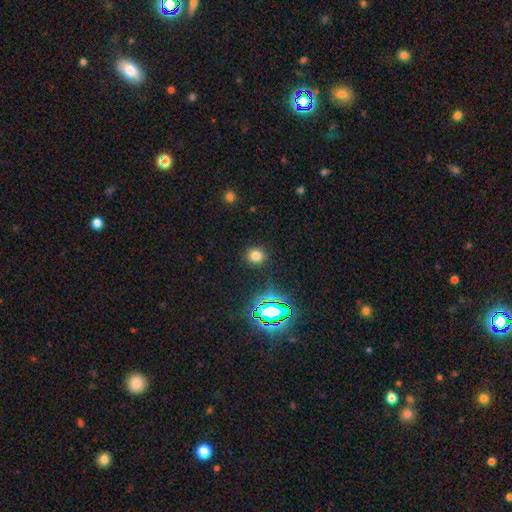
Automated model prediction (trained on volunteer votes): Overall: smooth (73%). How rounded: round (81%). Merging: none (88%).